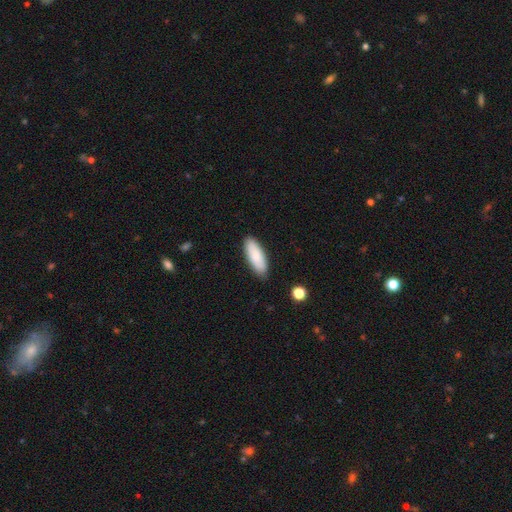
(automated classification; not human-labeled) This is clearly a smooth galaxy (85%). How rounded: likely in between (68%). Merging: clearly none (87%).